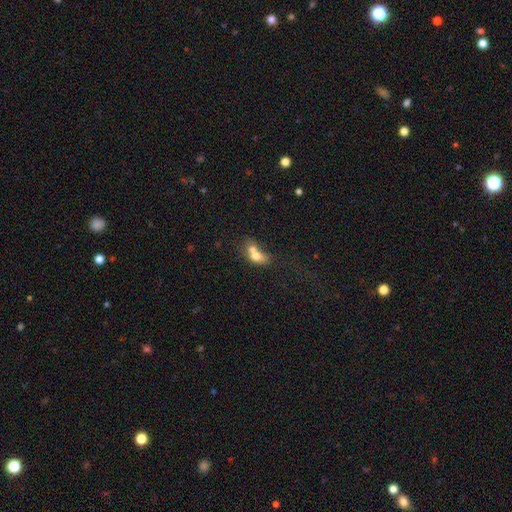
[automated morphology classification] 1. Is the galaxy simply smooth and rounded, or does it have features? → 66% smooth, 24% featured or disk, 10% star or artifact.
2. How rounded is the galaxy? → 61% in between, 35% round, 3% cigar-shaped.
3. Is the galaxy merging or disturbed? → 70% merger, 18% none, 7% minor disturbance, 5% major disturbance.